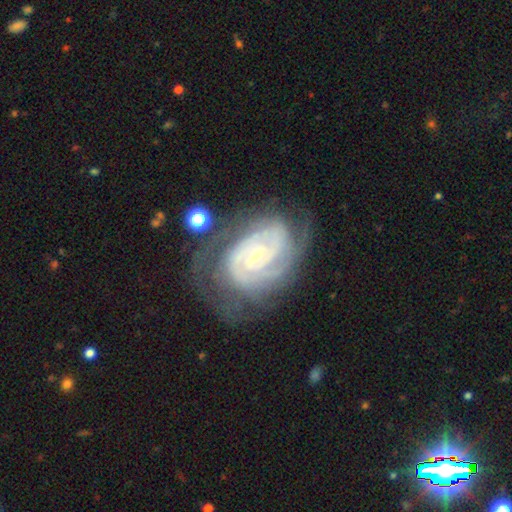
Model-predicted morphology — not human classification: A featured or disk galaxy (89%) with a weak bar (46%), 2 (29%) tight (77%) spiral arms (98%) and a small central bulge (77%).

Vote fractions:
- Smooth or featured? featured or disk: 89% / smooth: 5% / star or artifact: 5%
- Edge-on disk? no: 97% / yes: 3%
- Bar? weak: 46% / no: 36% / strong: 18%
- Spiral arms? yes: 98% / no: 2%
- Spiral winding? tight: 77% / medium: 20% / loose: 3%
- Spiral arm count? 2: 29% / can't tell: 24% / 3: 21% / 4: 14% / more than 4: 6% / 1: 5%
- Bulge size? small: 77% / moderate: 18% / none: 3% / large: 1% / dominant: 1%
- Merging? none: 63% / minor disturbance: 22% / major disturbance: 12% / merger: 3%